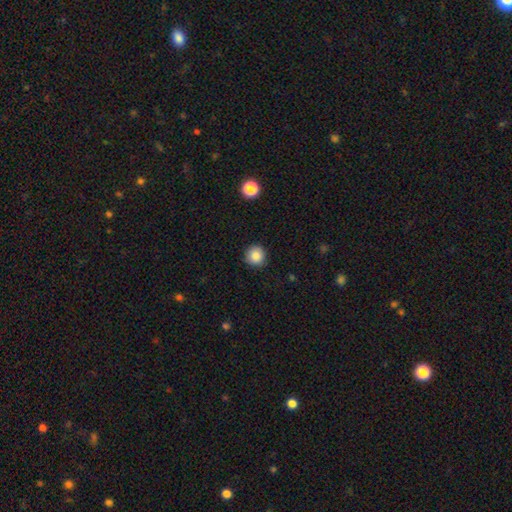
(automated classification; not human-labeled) smooth_or_featured: smooth (p=0.87) [alt: star or artifact p=0.09]
how_rounded: round (p=0.94) [alt: in between p=0.05]
merging: none (p=0.90) [alt: minor disturbance p=0.07]